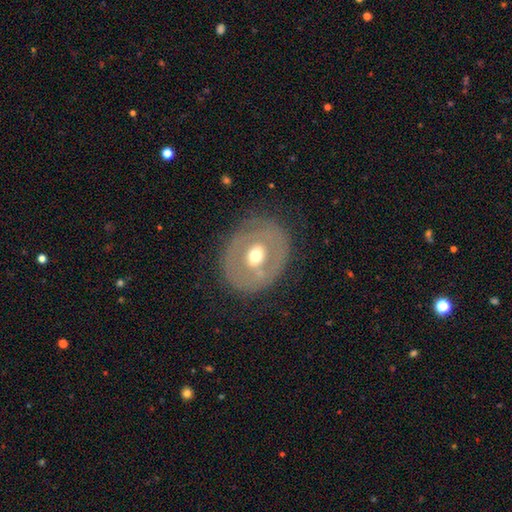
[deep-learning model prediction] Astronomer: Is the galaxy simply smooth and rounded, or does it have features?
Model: featured or disk — 54% (runner-up: smooth, 39%).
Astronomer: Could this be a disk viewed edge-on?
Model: no — 93%.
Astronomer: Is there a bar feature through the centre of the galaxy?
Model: no — 70%.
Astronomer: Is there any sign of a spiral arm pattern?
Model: no — 87%.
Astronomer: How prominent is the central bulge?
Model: moderate — 72%.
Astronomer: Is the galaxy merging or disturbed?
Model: none — 76%.